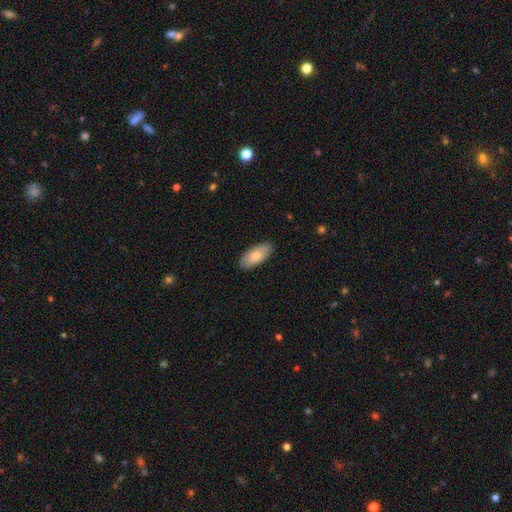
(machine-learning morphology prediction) The model was most divided on "smooth or featured": smooth: 80%, featured or disk: 14%, star or artifact: 5%. More confident: how rounded — in between (90%); merging — none (86%).